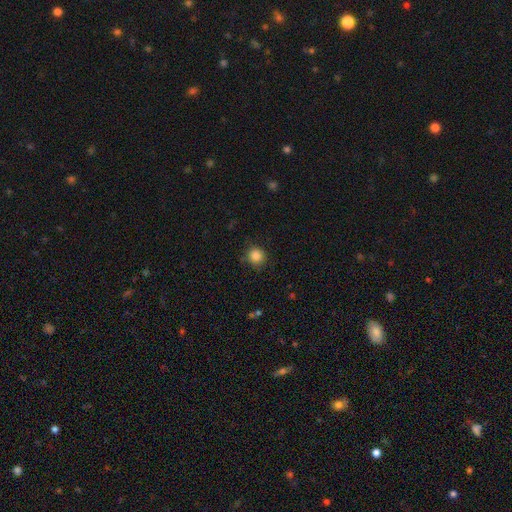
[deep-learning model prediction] This appears to be a smooth galaxy with no disk features (85%) that is round (91%). Merging: none (85%).